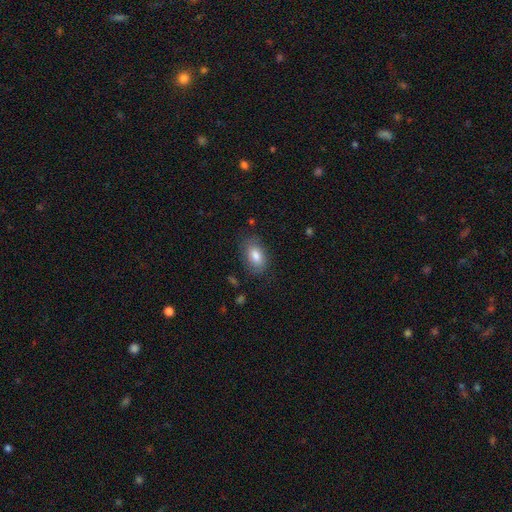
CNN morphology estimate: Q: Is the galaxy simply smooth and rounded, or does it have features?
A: smooth — 80%.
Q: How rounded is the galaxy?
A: in between — 90%.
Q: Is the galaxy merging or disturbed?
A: none — 75%.